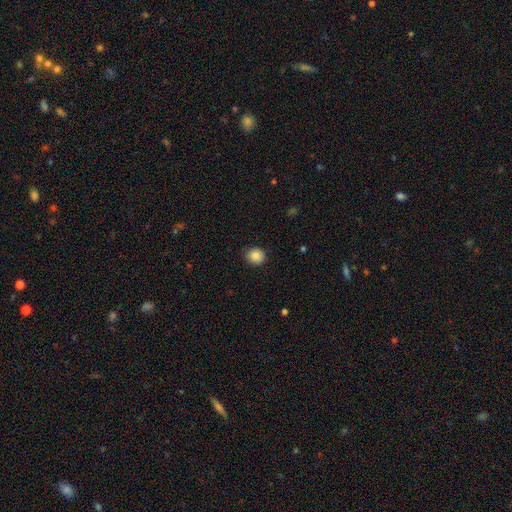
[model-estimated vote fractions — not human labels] This appears to be a smooth galaxy with no disk features (85%) that is round (82%). Merging: none (89%).